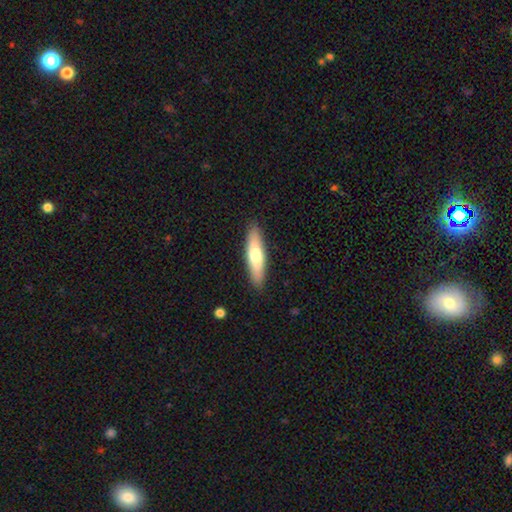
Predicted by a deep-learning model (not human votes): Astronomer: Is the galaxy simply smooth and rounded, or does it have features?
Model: smooth — 65%.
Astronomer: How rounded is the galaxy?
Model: cigar-shaped — 70%.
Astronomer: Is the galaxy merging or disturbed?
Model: none — 89%.